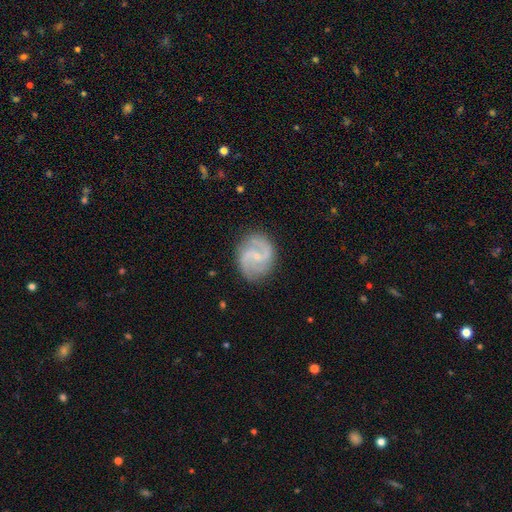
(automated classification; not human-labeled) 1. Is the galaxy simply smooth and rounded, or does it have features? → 88% featured or disk, 7% smooth, 5% star or artifact.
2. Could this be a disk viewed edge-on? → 98% no, 2% yes.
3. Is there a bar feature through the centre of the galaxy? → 50% weak, 38% no, 11% strong.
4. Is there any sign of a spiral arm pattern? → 98% yes, 2% no.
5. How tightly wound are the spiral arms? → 56% medium, 25% loose, 19% tight.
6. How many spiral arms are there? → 90% 2, 4% 3, 3% can't tell, 1% 1, 1% 4, 1% more than 4.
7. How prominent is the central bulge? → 73% small, 14% moderate, 12% none, 1% large, 1% dominant.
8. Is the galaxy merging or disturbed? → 84% none, 12% minor disturbance, 3% major disturbance, 1% merger.